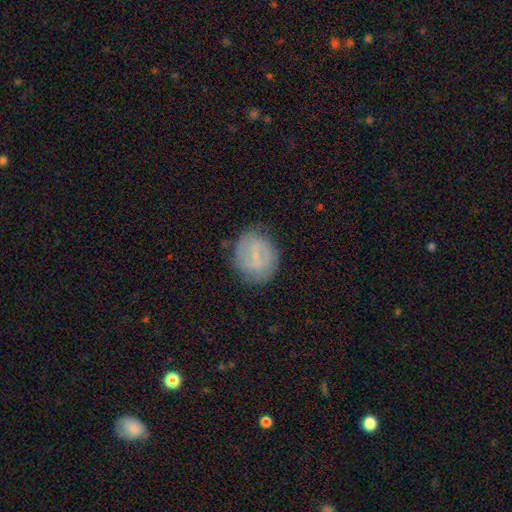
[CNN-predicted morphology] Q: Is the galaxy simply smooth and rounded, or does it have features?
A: featured or disk — 49%.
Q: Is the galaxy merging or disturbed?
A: none — 78%.